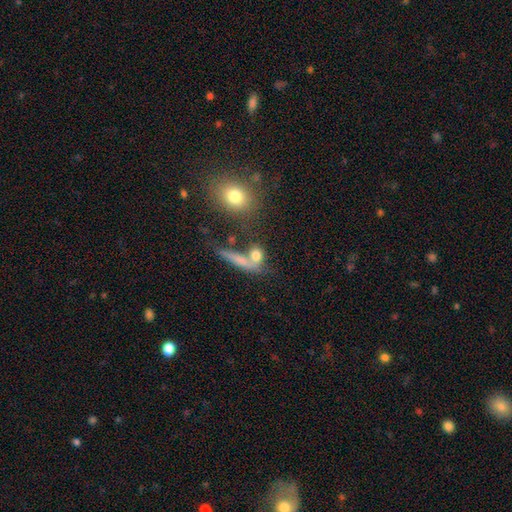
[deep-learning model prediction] Smooth or featured? Predicted: smooth (p=0.73). How rounded? Predicted: round (p=0.53). Merging? Predicted: none (p=0.47).